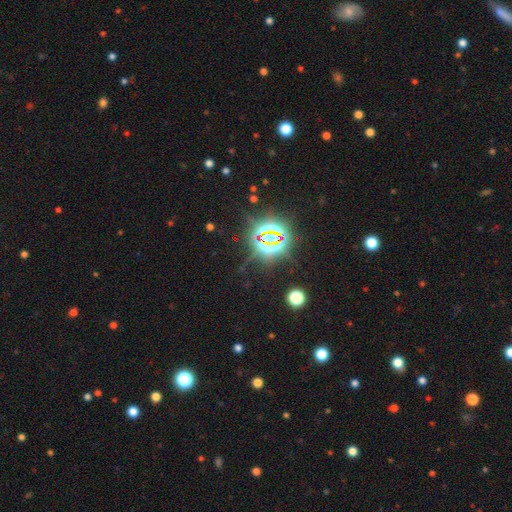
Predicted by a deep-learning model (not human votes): Smooth or featured: star or artifact — 81% (smooth — 12%)